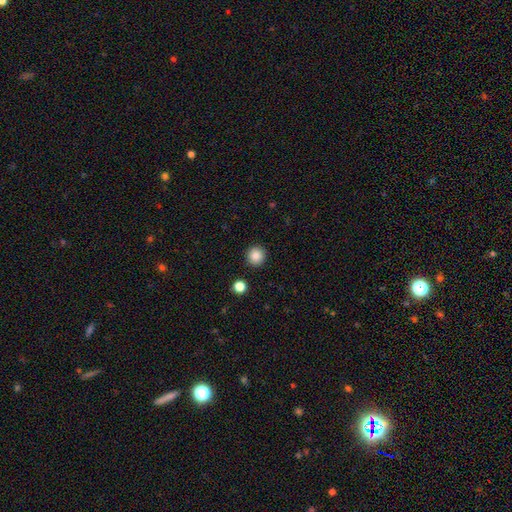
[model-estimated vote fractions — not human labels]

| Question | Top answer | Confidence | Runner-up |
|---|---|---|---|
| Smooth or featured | smooth | 87% | star or artifact (10%) |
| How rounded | round | 94% | in between (5%) |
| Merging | none | 92% | minor disturbance (5%) |